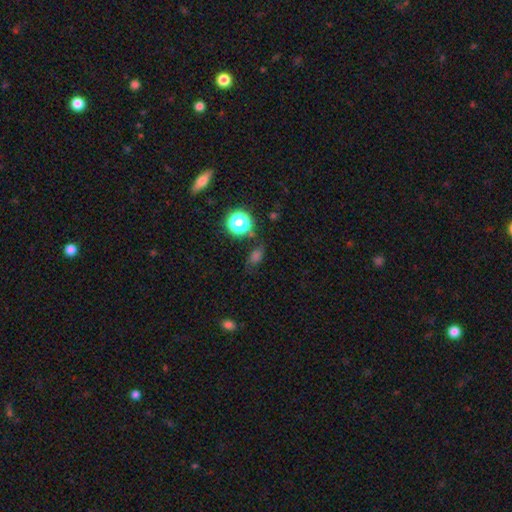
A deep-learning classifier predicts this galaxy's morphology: Smooth or featured? Predicted: smooth (p=0.52). How rounded? Predicted: in between (p=0.53). Merging? Predicted: none (p=0.68).